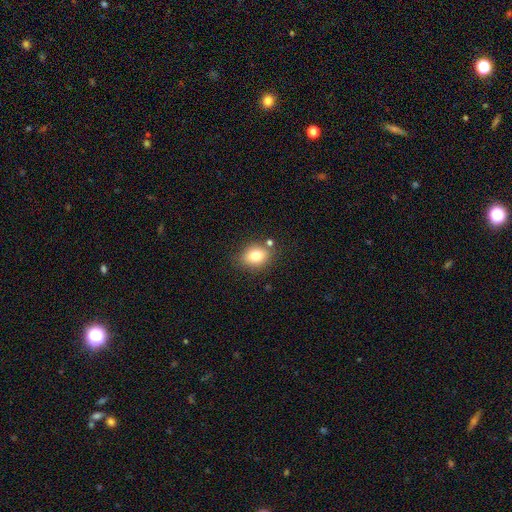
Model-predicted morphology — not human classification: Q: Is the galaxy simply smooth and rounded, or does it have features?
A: smooth — 78%.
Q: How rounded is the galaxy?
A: in between — 59%.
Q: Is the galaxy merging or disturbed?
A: none — 75%.